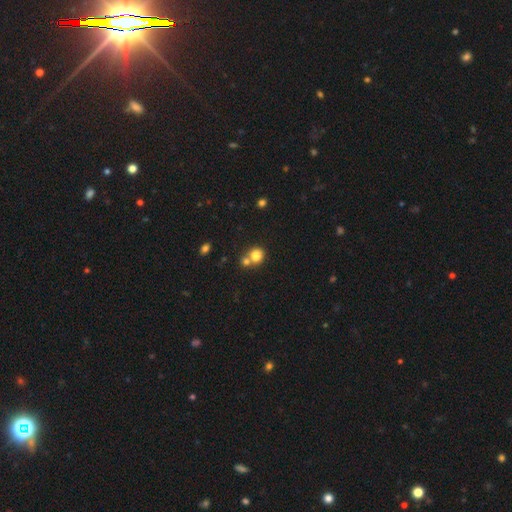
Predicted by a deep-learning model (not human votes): Smooth or featured? Predicted: smooth (p=0.80). How rounded? Predicted: round (p=0.78). Merging? Predicted: none (p=0.48).